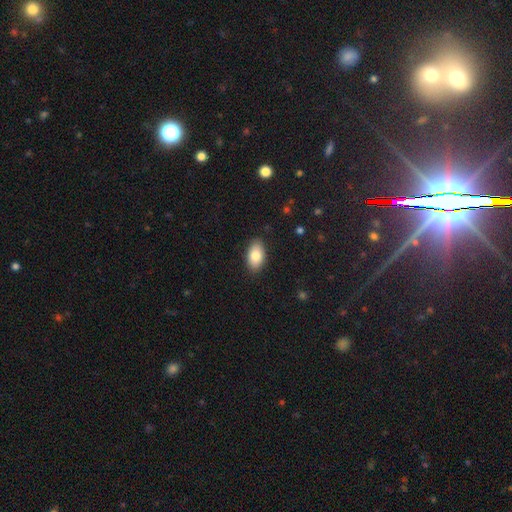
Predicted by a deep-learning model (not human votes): smooth 82%, featured or disk 11%, star or artifact 7%. Down the decision tree: how rounded — in between (94%); merging — none (87%).